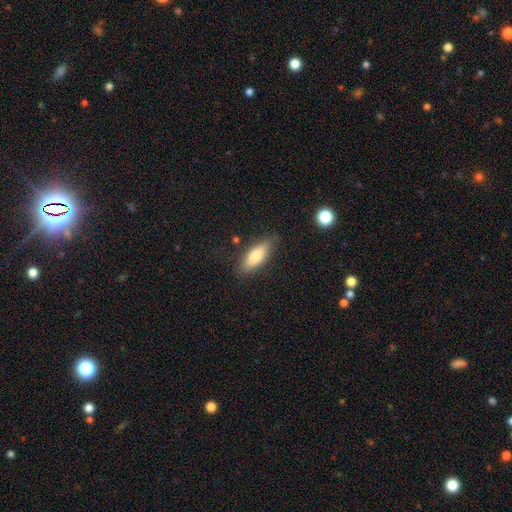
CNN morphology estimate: The model was most divided on "how rounded": in between: 67%, cigar-shaped: 31%, round: 2%. More confident: merging — none (82%); smooth or featured — smooth (79%).